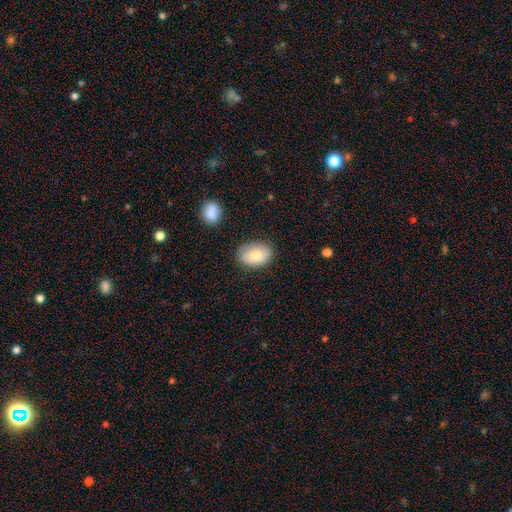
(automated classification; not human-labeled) Smooth or featured? Predicted: smooth (p=0.80). How rounded? Predicted: in between (p=0.83). Merging? Predicted: none (p=0.78).